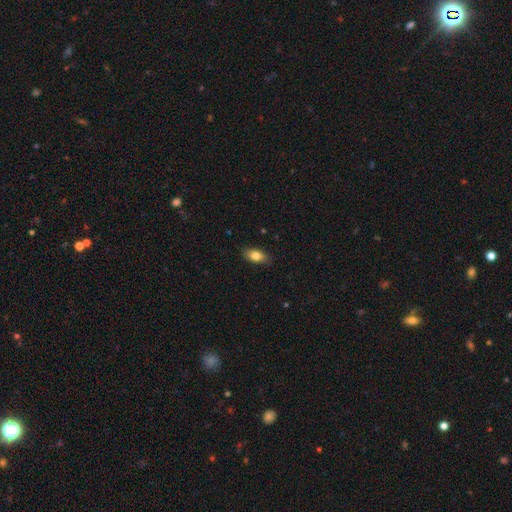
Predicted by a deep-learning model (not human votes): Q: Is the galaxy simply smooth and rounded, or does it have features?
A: smooth — 81%.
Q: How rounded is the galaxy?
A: in between — 88%.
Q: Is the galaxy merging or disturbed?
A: none — 85%.